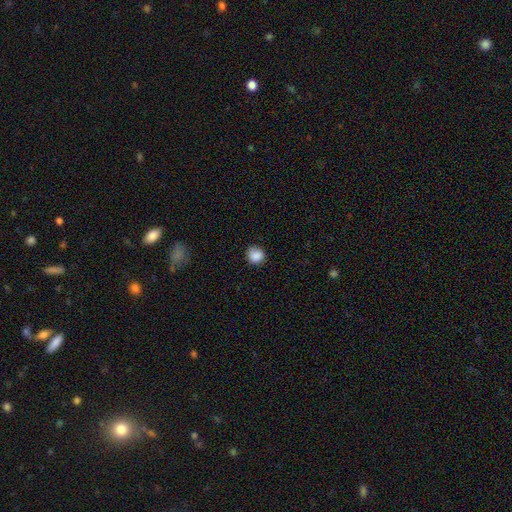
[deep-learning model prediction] Overall: smooth (87%). How rounded: round (88%). Merging: none (78%).